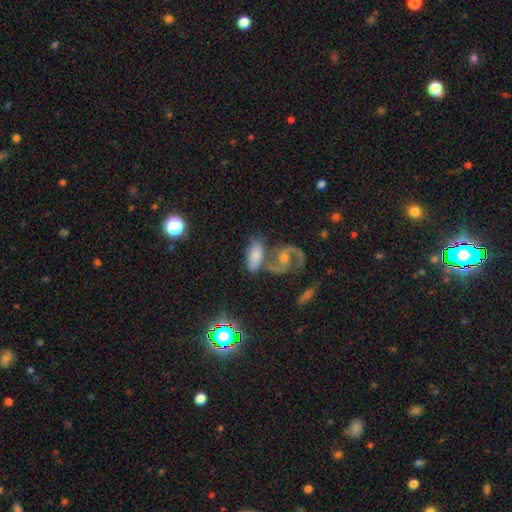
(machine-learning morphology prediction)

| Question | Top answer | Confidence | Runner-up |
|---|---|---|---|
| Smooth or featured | smooth | 52% | featured or disk (37%) |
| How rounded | in between | 85% | cigar-shaped (8%) |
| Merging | none | 39% | merger (37%) |